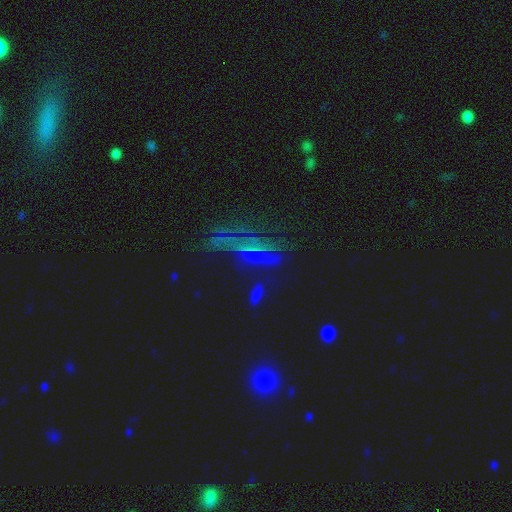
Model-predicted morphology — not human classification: Smooth or featured?
  - star or artifact: 61% *
  - smooth: 22%
  - featured or disk: 17%